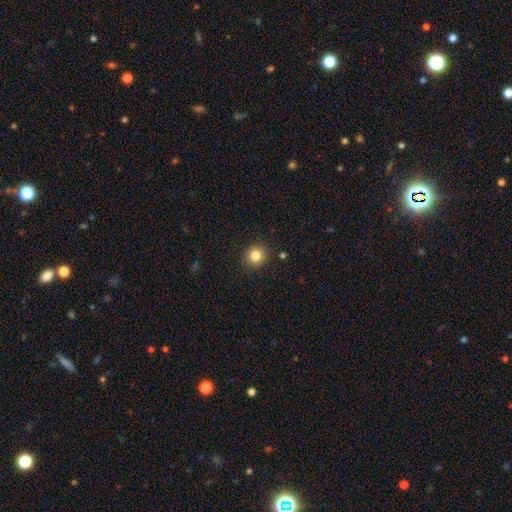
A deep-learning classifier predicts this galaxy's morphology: Smooth or featured? Predicted: smooth (p=0.83). How rounded? Predicted: round (p=0.86). Merging? Predicted: none (p=0.89).